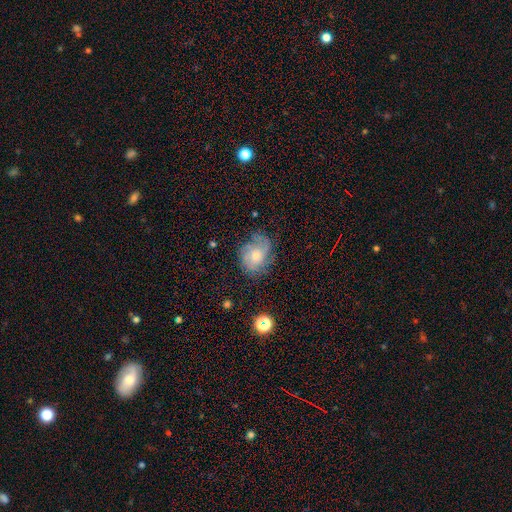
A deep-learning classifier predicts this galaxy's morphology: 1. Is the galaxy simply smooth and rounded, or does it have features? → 61% featured or disk, 29% smooth, 10% star or artifact.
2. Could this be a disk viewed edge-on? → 97% no, 3% yes.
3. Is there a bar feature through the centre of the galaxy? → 76% no, 21% weak, 3% strong.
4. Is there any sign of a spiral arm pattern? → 86% yes, 14% no.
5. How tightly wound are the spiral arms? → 44% tight, 39% medium, 17% loose.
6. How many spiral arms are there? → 41% can't tell, 20% 3, 18% 2, 10% 4, 6% 1, 5% more than 4.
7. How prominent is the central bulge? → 47% moderate, 45% small, 4% large, 3% none, 1% dominant.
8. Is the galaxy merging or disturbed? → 63% none, 24% minor disturbance, 12% major disturbance, 2% merger.